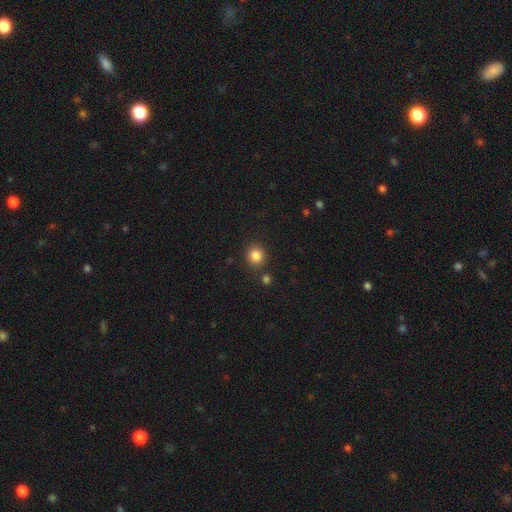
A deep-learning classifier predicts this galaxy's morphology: smooth_or_featured: smooth (p=0.84) [alt: star or artifact p=0.11]
how_rounded: round (p=0.84) [alt: in between p=0.15]
merging: none (p=0.83) [alt: minor disturbance p=0.08]